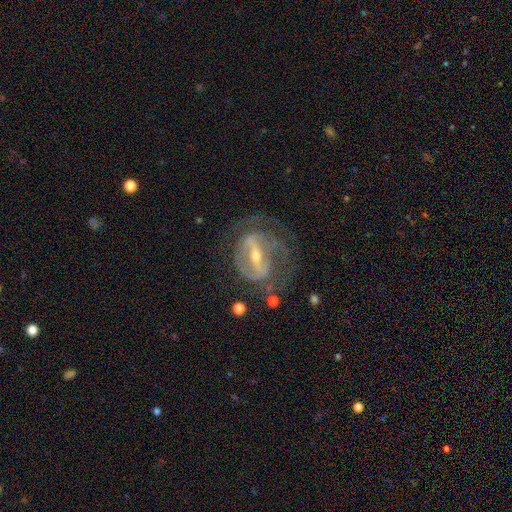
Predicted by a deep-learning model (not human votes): featured or disk 85%, smooth 8%, star or artifact 7%. Down the decision tree: edge-on disk — no (93%); bar — strong (67%); spiral arms — yes (81%); spiral arm count — 2 (48%); spiral winding — tight (48%); bulge size — small (49%); merging — none (54%).